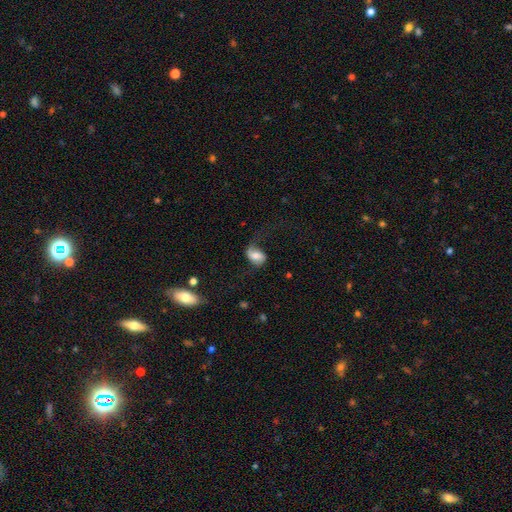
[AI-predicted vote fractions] A smooth galaxy with no disk features (50%) that is in between round and cigar-shaped (81%).

Vote fractions:
- Smooth or featured? smooth: 50% / featured or disk: 41% / star or artifact: 9%
- How rounded? in between: 81% / round: 17% / cigar-shaped: 2%
- Merging? none: 49% / major disturbance: 25% / minor disturbance: 24% / merger: 2%